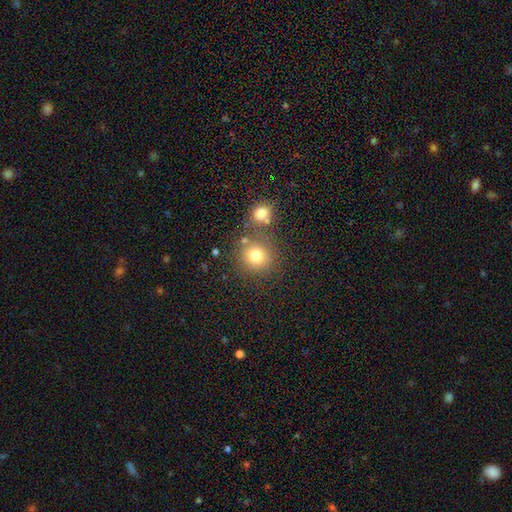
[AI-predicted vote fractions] smooth 76%, star or artifact 15%, featured or disk 9%. Down the decision tree: how rounded — round (89%); merging — none (71%).